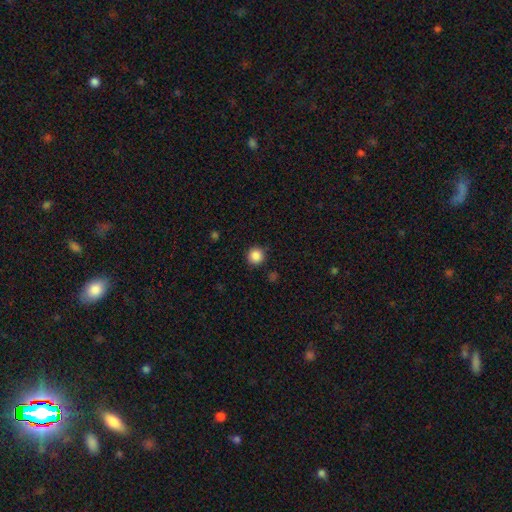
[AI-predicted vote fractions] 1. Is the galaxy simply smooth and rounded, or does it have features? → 86% smooth, 10% star or artifact, 3% featured or disk.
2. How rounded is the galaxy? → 95% round, 4% in between, 1% cigar-shaped.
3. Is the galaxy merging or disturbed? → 89% none, 7% minor disturbance, 2% major disturbance, 1% merger.